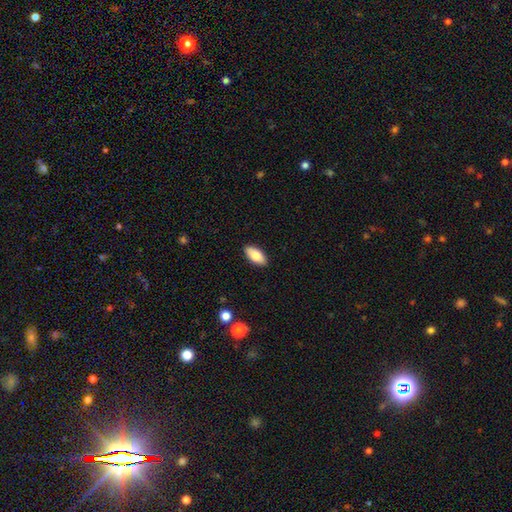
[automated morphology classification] A smooth galaxy with no disk features (76%) that is in between round and cigar-shaped (89%).

Vote fractions:
- Smooth or featured? smooth: 76% / featured or disk: 17% / star or artifact: 6%
- How rounded? in between: 89% / cigar-shaped: 8% / round: 3%
- Merging? none: 89% / minor disturbance: 8% / major disturbance: 2% / merger: 1%